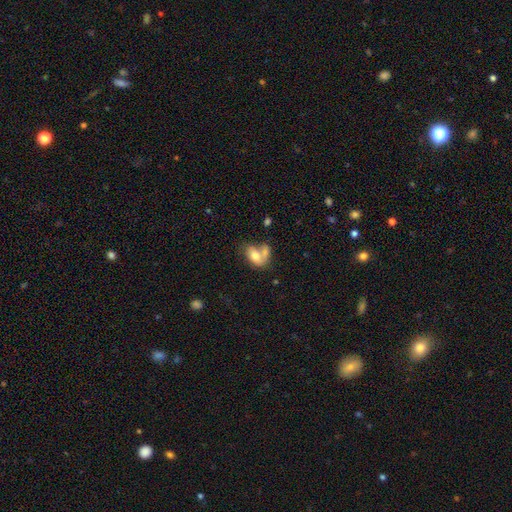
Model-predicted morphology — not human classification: smooth-or-featured: smooth: 69% | featured or disk: 23% | star or artifact: 8%
  how-rounded: in between: 85% | round: 12% | cigar-shaped: 2%
  merging: merger: 56% | none: 23% | minor disturbance: 12% | major disturbance: 10%